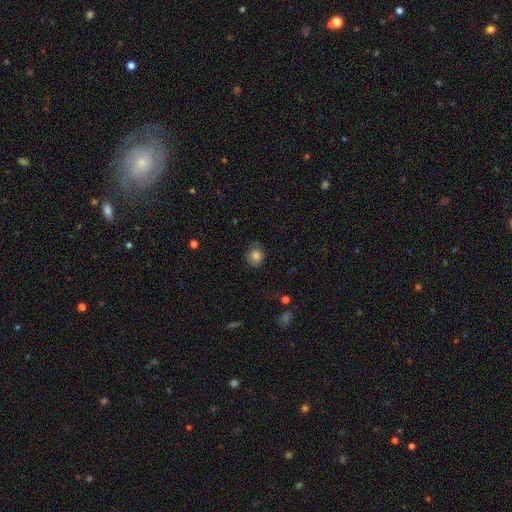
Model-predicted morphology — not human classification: This appears to be a smooth galaxy with no disk features (80%) that is round (79%). Merging: none (72%).